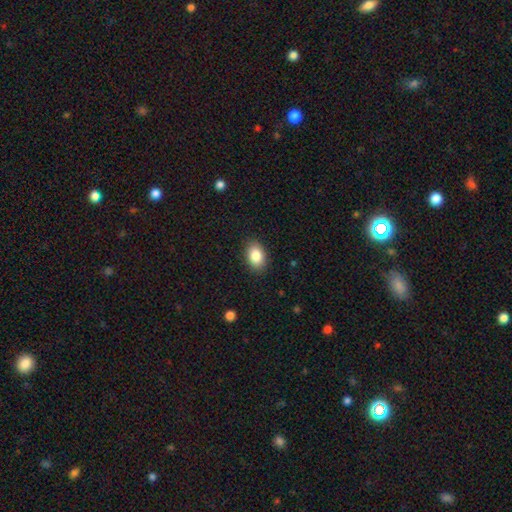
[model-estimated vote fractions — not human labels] Smooth or featured? Predicted: smooth (p=0.86). How rounded? Predicted: in between (p=0.84). Merging? Predicted: none (p=0.88).